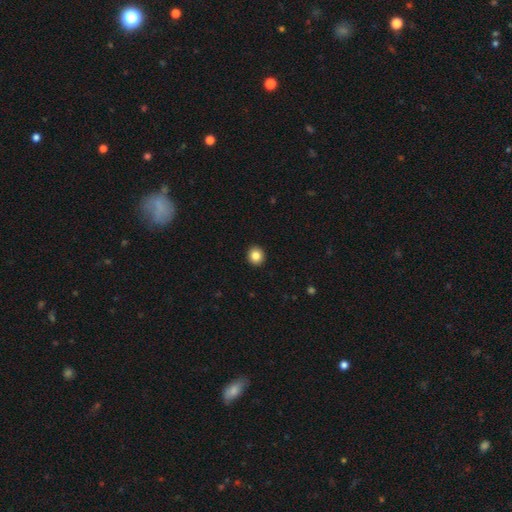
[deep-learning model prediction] Smooth or featured? smooth (85%)
How rounded? round (91%)
Merging? none (94%)